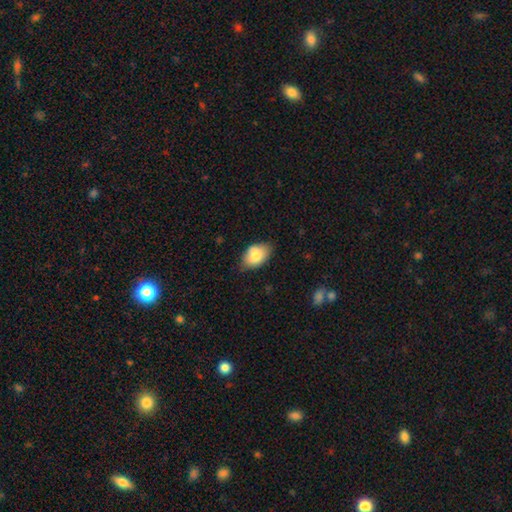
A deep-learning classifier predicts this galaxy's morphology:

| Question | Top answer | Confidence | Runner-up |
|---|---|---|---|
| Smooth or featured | smooth | 81% | featured or disk (12%) |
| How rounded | in between | 89% | round (10%) |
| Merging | none | 68% | minor disturbance (25%) |